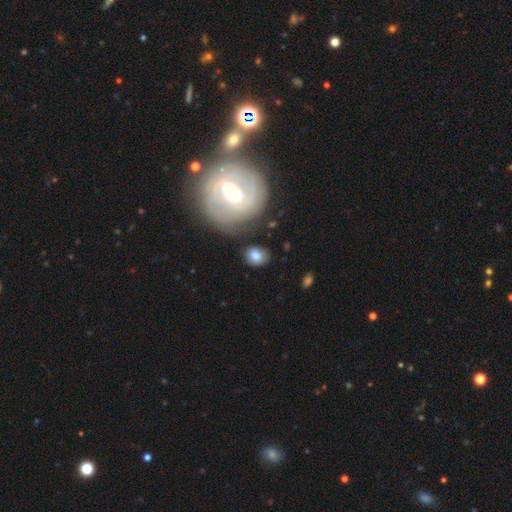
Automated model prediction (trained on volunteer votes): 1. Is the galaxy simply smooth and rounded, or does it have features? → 74% smooth, 18% featured or disk, 8% star or artifact.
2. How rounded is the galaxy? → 56% in between, 42% round, 1% cigar-shaped.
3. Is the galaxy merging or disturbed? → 73% none, 15% minor disturbance, 6% merger, 6% major disturbance.